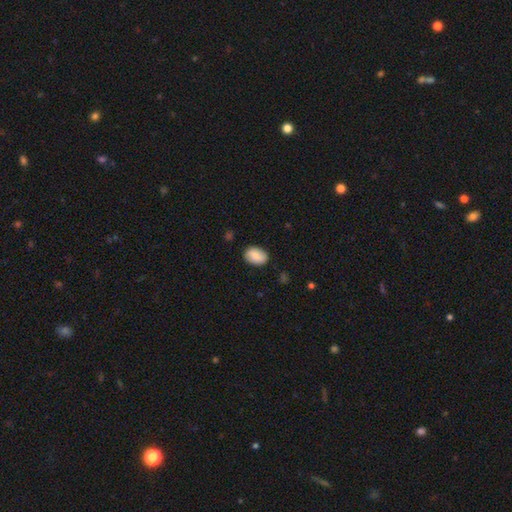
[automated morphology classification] Smooth or featured? smooth (82%)
How rounded? in between (81%)
Merging? none (85%)